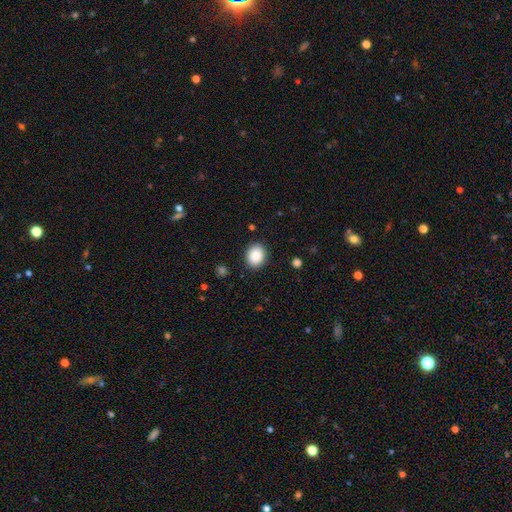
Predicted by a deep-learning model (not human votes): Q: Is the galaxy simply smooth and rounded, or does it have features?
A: smooth — 89%.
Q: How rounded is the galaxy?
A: round — 52%.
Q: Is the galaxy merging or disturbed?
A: none — 89%.